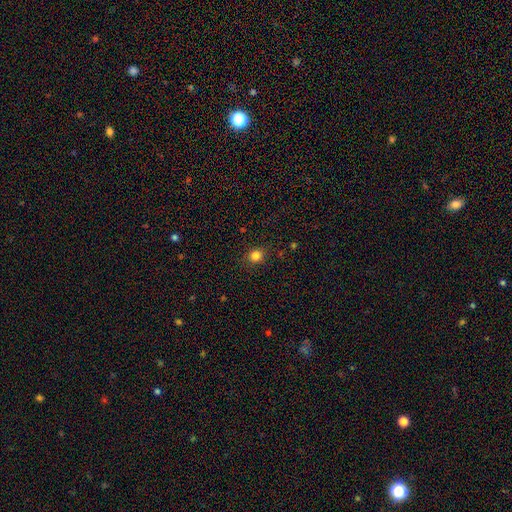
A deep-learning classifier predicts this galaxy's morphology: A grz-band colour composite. It shows a smooth galaxy with no disk features (83%) that is round (75%). Merging: none (86%).